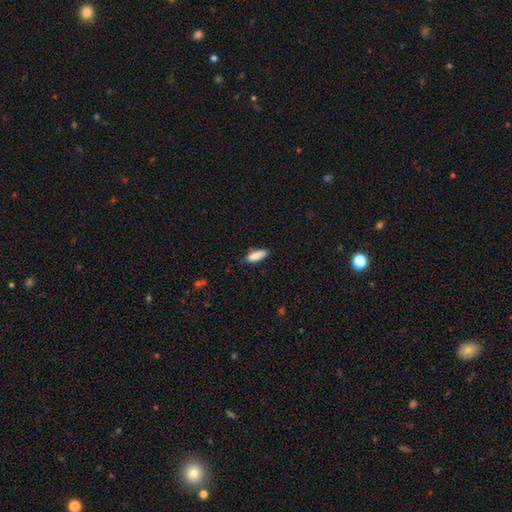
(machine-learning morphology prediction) A smooth galaxy with no disk features (87%) that is in between round and cigar-shaped (67%). Merging: none (74%).